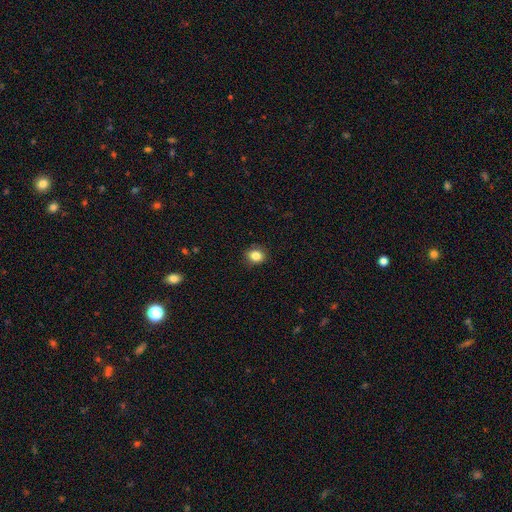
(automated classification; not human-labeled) A smooth galaxy with no disk features (84%) that is round (64%). Merging: none (87%).